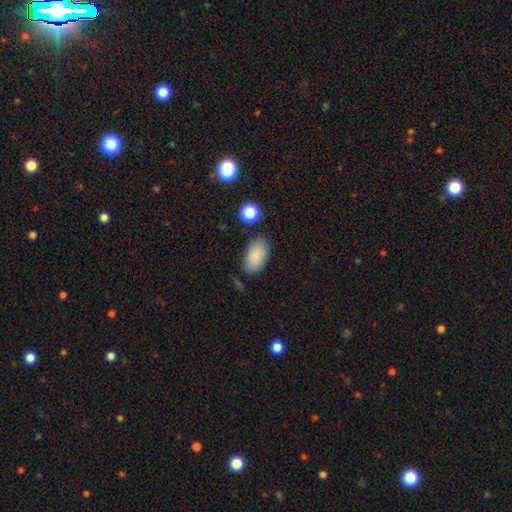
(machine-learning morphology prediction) Smooth or featured?
  - smooth: 86% *
  - star or artifact: 7%
  - featured or disk: 7%
How rounded?
  - in between: 93% *
  - round: 5%
  - cigar-shaped: 2%
Merging?
  - none: 79% *
  - minor disturbance: 14%
  - merger: 4%
  - major disturbance: 4%